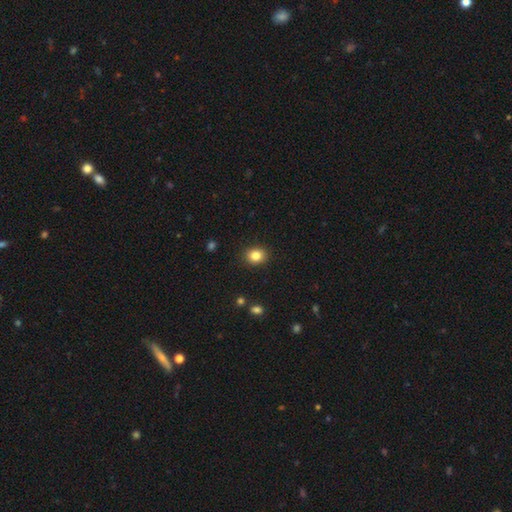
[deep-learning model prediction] A smooth galaxy with no disk features (84%) that is round (62%).

Vote fractions:
- Smooth or featured? smooth: 84% / star or artifact: 11% / featured or disk: 6%
- How rounded? round: 62% / in between: 37% / cigar-shaped: 1%
- Merging? none: 90% / minor disturbance: 7% / major disturbance: 2% / merger: 1%